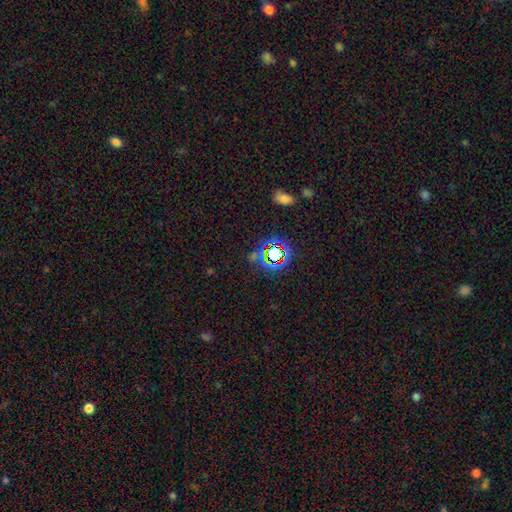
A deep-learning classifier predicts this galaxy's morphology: type=star or artifact (74%).